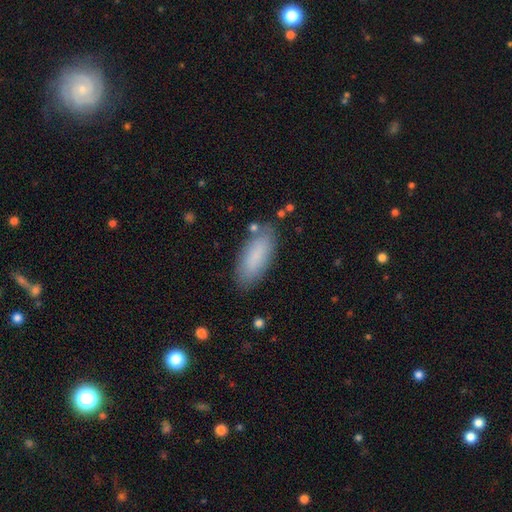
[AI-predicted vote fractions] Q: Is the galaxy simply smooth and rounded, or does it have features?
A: smooth — 84%.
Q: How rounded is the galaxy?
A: in between — 77%.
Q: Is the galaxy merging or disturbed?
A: none — 81%.